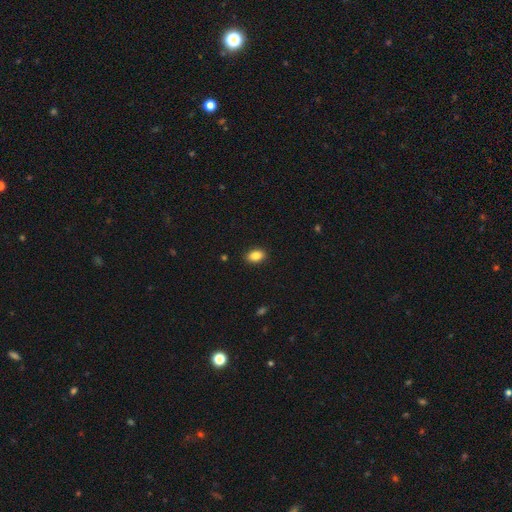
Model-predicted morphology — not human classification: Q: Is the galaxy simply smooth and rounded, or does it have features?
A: smooth — 86%.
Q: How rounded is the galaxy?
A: in between — 85%.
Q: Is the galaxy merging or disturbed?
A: none — 89%.